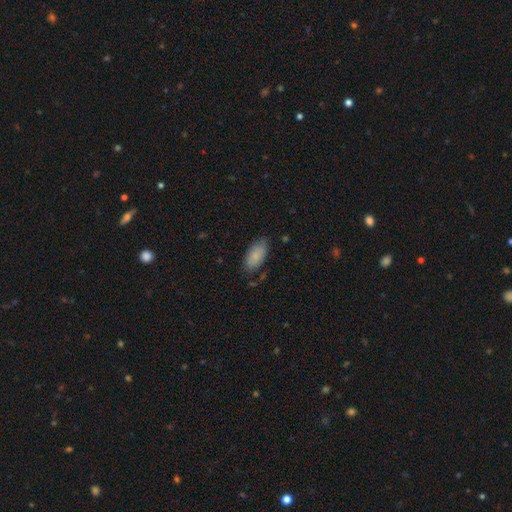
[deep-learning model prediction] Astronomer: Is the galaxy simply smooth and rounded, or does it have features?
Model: smooth — 82%.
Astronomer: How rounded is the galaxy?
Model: in between — 93%.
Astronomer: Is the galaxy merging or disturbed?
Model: none — 72%.